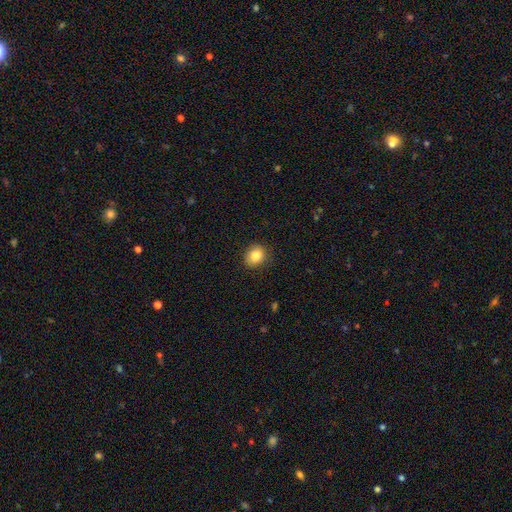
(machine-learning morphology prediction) This is clearly a smooth galaxy (85%). How rounded: likely round (70%). Merging: clearly none (86%).